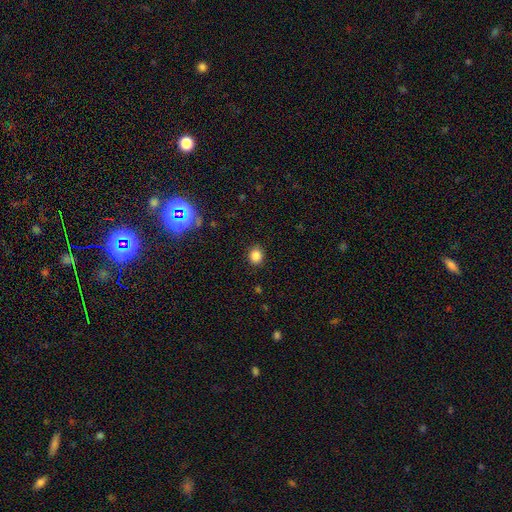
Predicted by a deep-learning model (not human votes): A smooth galaxy with no disk features (84%) that is round (67%). Merging: none (89%).